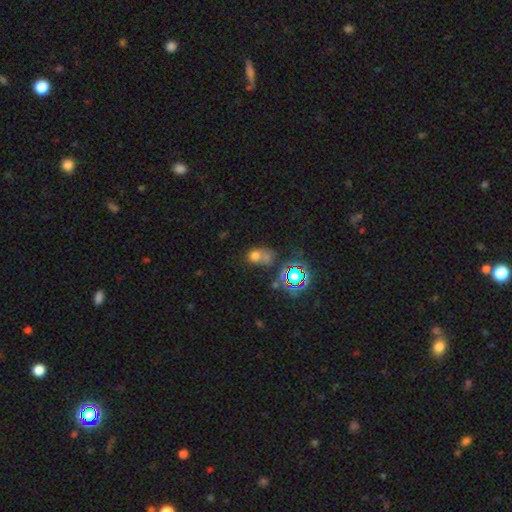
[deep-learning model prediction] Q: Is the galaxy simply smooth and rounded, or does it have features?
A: smooth — 61%.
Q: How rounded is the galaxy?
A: round — 50%.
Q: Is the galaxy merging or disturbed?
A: merger — 45%.